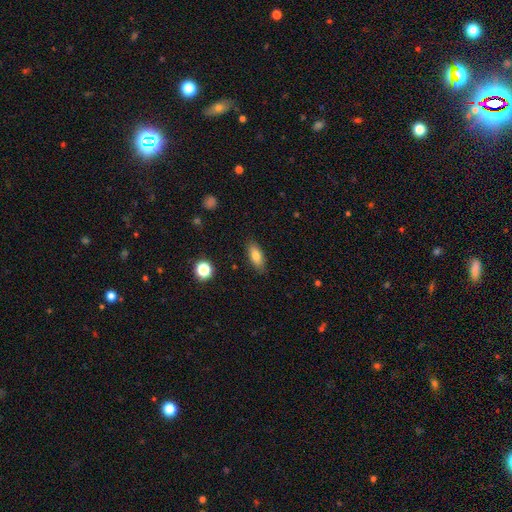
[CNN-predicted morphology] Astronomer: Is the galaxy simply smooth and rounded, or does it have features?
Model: smooth — 78%.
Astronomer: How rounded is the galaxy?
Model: in between — 81%.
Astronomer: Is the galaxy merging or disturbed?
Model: none — 86%.